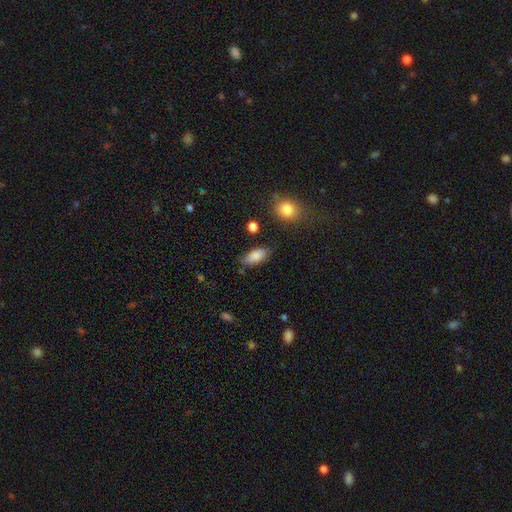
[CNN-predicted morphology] Smooth or featured? Predicted: smooth (p=0.85). How rounded? Predicted: in between (p=0.86). Merging? Predicted: none (p=0.76).